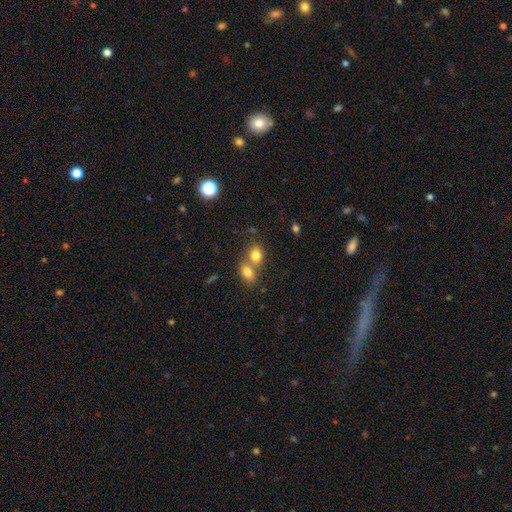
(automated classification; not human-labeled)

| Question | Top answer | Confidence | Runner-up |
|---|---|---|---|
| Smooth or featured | smooth | 79% | star or artifact (11%) |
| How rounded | in between | 57% | round (41%) |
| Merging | merger | 52% | none (38%) |